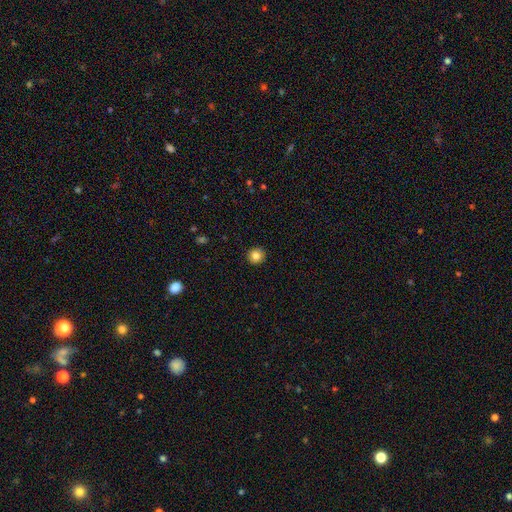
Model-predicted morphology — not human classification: smooth-or-featured: smooth: 83% | star or artifact: 10% | featured or disk: 7%
  how-rounded: round: 93% | in between: 6% | cigar-shaped: 1%
  merging: none: 93% | minor disturbance: 5% | major disturbance: 1% | merger: 1%